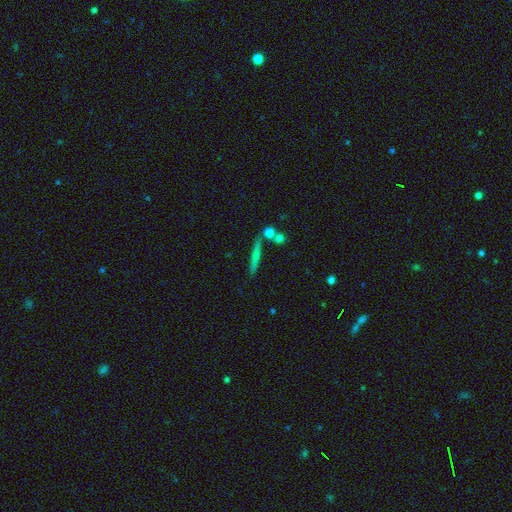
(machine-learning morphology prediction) A smooth galaxy with no disk features (49%).

Vote fractions:
- Smooth or featured? smooth: 49% / featured or disk: 43% / star or artifact: 8%
- Merging? none: 77% / merger: 10% / minor disturbance: 10% / major disturbance: 3%